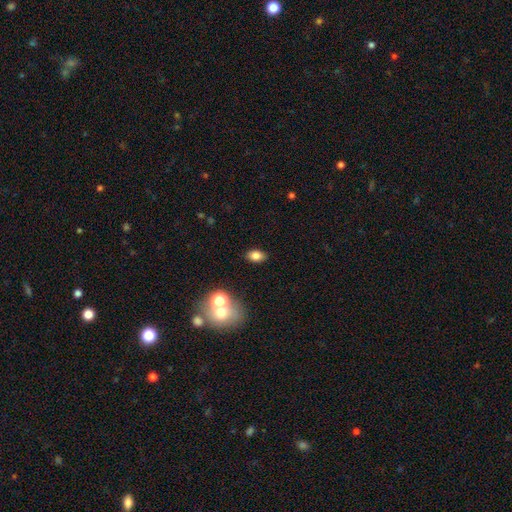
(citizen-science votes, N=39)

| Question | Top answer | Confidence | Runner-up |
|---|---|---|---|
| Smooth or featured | smooth | 74% | featured or disk (21%) |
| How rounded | in between | 86% | round (14%) |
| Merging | none | 92% | merger (5%) |